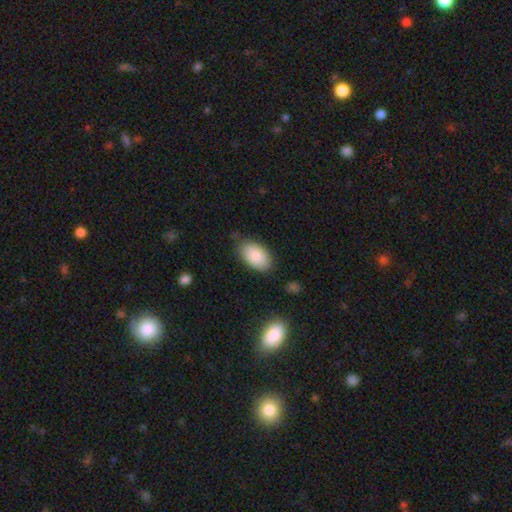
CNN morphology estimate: A smooth galaxy with no disk features (84%) that is in between round and cigar-shaped (94%).

Vote fractions:
- Smooth or featured? smooth: 84% / featured or disk: 9% / star or artifact: 7%
- How rounded? in between: 94% / round: 5% / cigar-shaped: 1%
- Merging? none: 78% / minor disturbance: 17% / major disturbance: 4% / merger: 2%